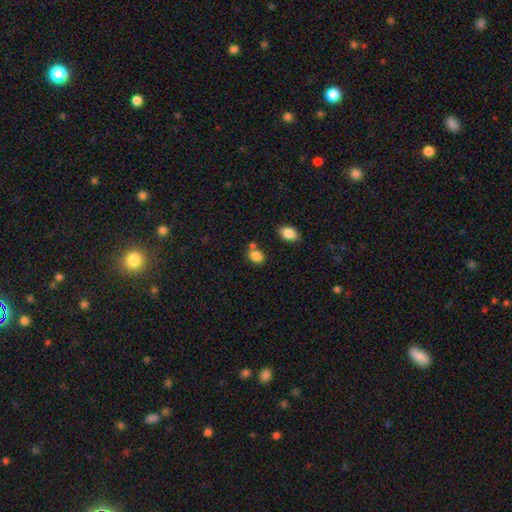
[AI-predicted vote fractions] Smooth or featured?
  - smooth: 84% *
  - star or artifact: 10%
  - featured or disk: 5%
How rounded?
  - in between: 59% *
  - round: 39%
  - cigar-shaped: 1%
Merging?
  - none: 59% *
  - merger: 22%
  - minor disturbance: 14%
  - major disturbance: 5%